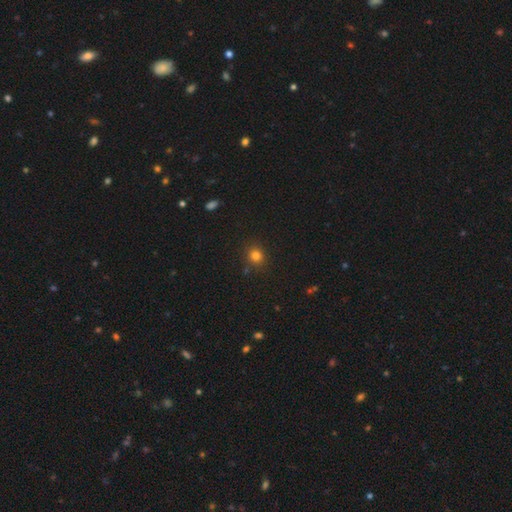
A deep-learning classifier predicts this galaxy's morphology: A smooth galaxy with no disk features (80%) that is round (86%). Merging: none (86%).